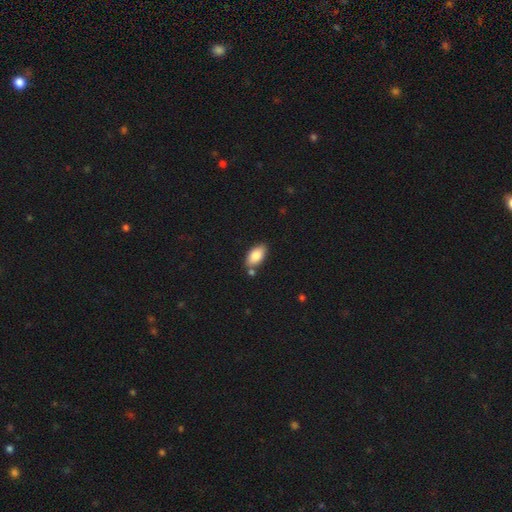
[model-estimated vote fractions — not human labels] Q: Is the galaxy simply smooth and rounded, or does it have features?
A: smooth — 83%.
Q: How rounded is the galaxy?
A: in between — 93%.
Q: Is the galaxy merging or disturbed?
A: none — 75%.